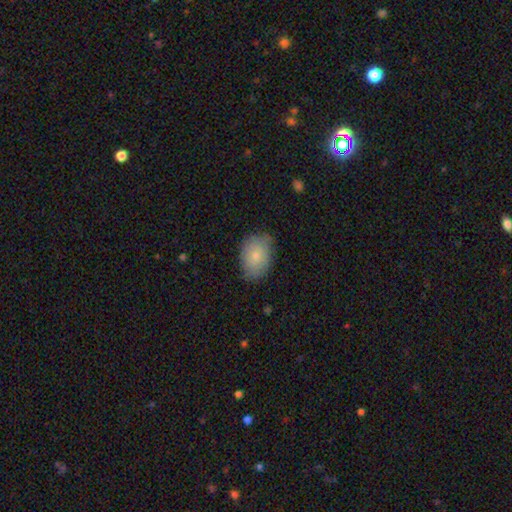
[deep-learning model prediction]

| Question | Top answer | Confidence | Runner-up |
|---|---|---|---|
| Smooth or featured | smooth | 79% | featured or disk (14%) |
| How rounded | in between | 78% | round (20%) |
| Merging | none | 73% | minor disturbance (22%) |